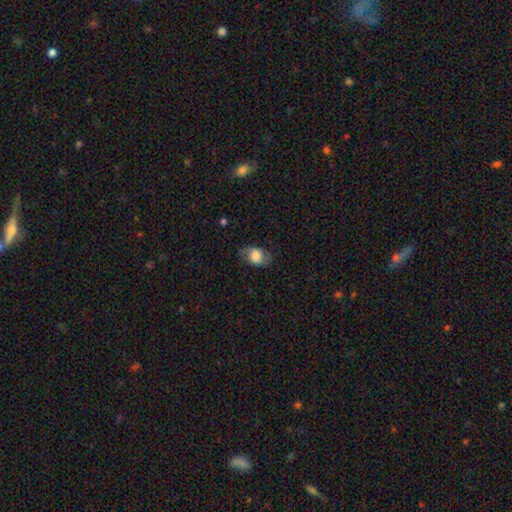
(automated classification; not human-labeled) Smooth or featured: smooth — 71% (featured or disk — 21%)
How rounded: in between — 76% (round — 22%)
Merging: none — 72% (minor disturbance — 19%)